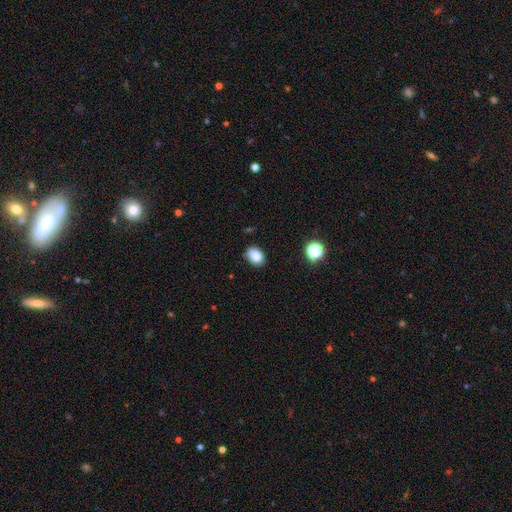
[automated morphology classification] A smooth galaxy with no disk features (83%) that is in between round and cigar-shaped (74%).

Vote fractions:
- Smooth or featured? smooth: 83% / star or artifact: 11% / featured or disk: 6%
- How rounded? in between: 74% / round: 25% / cigar-shaped: 1%
- Merging? none: 78% / minor disturbance: 16% / major disturbance: 3% / merger: 2%